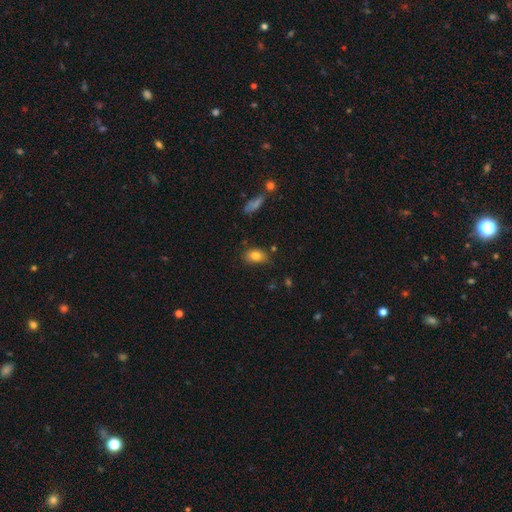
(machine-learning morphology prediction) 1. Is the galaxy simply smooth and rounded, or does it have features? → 82% smooth, 9% featured or disk, 9% star or artifact.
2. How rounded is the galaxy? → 83% in between, 15% round, 2% cigar-shaped.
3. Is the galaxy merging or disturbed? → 73% none, 20% minor disturbance, 4% major disturbance, 3% merger.